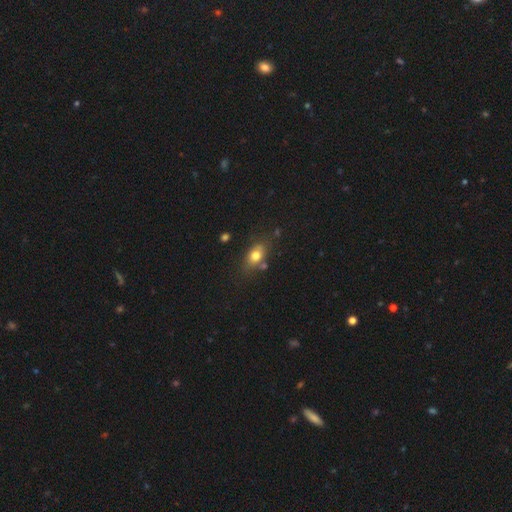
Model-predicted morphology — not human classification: Smooth or featured: smooth — 76% (featured or disk — 14%)
How rounded: in between — 74% (round — 20%)
Merging: none — 69% (minor disturbance — 18%)